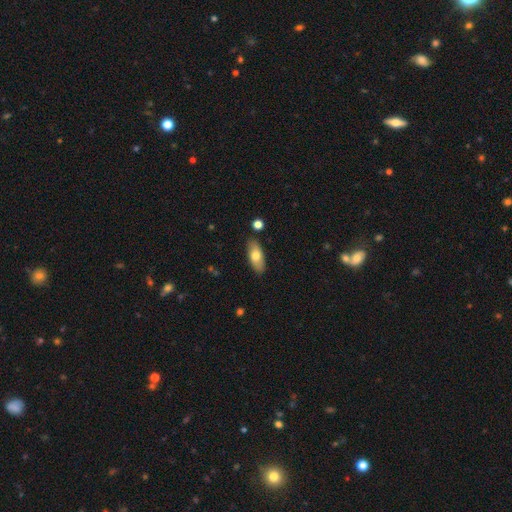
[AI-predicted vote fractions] Q: Smooth or featured?
A: smooth (72%); runner-up: featured or disk (21%)
Q: How rounded?
A: in between (81%); runner-up: cigar-shaped (16%)
Q: Merging?
A: none (85%); runner-up: minor disturbance (10%)